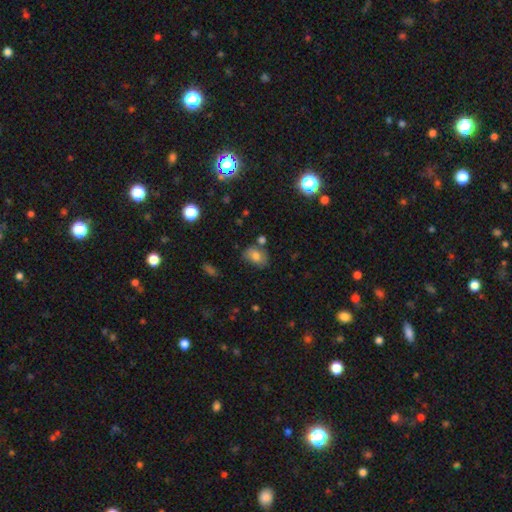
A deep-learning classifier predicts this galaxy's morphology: Smooth or featured: smooth — 74% (featured or disk — 15%)
How rounded: in between — 75% (round — 23%)
Merging: none — 62% (minor disturbance — 21%)